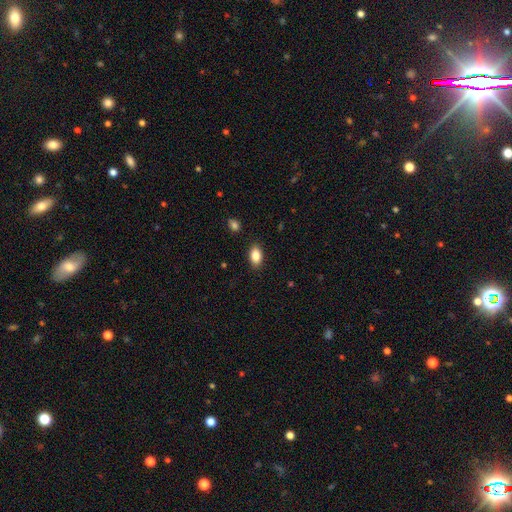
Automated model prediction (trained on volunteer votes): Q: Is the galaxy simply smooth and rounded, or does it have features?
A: smooth — 86%.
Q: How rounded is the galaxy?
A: in between — 89%.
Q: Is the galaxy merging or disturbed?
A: none — 88%.